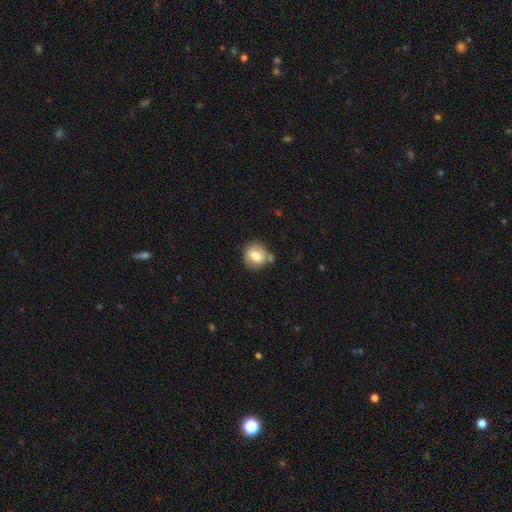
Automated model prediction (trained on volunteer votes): Overall: smooth (70%). How rounded: round (79%). Merging: none (66%).